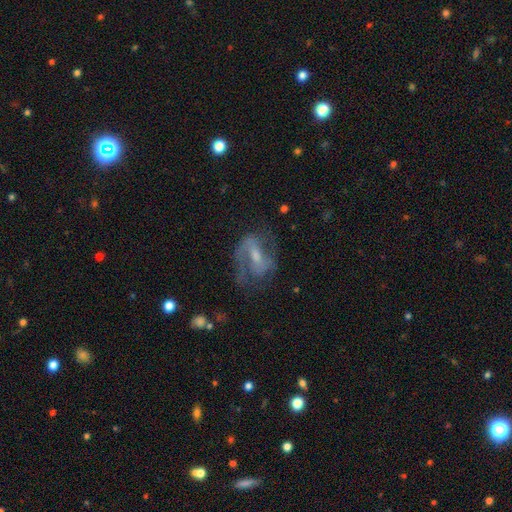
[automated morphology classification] A featured or disk galaxy (79%) with a weak bar (46%), 2 (77%) medium (50%) spiral arms (89%) and a small central bulge (43%, tied with moderate).

Vote fractions:
- Smooth or featured? featured or disk: 79% / smooth: 13% / star or artifact: 8%
- Edge-on disk? no: 96% / yes: 4%
- Bar? weak: 46% / strong: 31% / no: 23%
- Spiral arms? yes: 89% / no: 11%
- Spiral winding? medium: 50% / loose: 30% / tight: 20%
- Spiral arm count? 2: 77% / can't tell: 10% / 1: 7% / 3: 3% / 4: 1% / more than 4: 1%
- Bulge size? small: 43% (tied) / moderate: 43% (tied) / none: 9% / large: 5% / dominant: 1%
- Merging? none: 59% / minor disturbance: 20% / major disturbance: 19% / merger: 2%